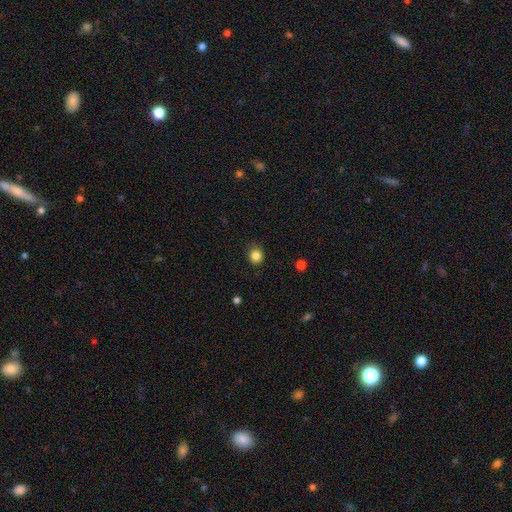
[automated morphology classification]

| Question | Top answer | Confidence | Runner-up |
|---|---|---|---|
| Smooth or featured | smooth | 84% | star or artifact (11%) |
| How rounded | round | 80% | in between (19%) |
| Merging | none | 81% | minor disturbance (14%) |